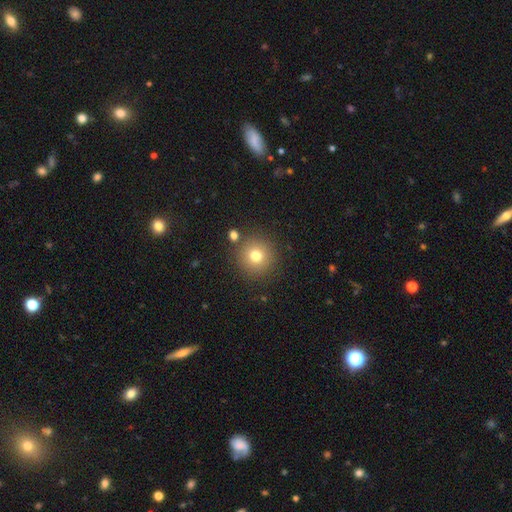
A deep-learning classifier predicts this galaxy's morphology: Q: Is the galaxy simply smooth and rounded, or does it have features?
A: smooth — 76%.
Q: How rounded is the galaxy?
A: round — 95%.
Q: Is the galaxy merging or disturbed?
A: none — 86%.